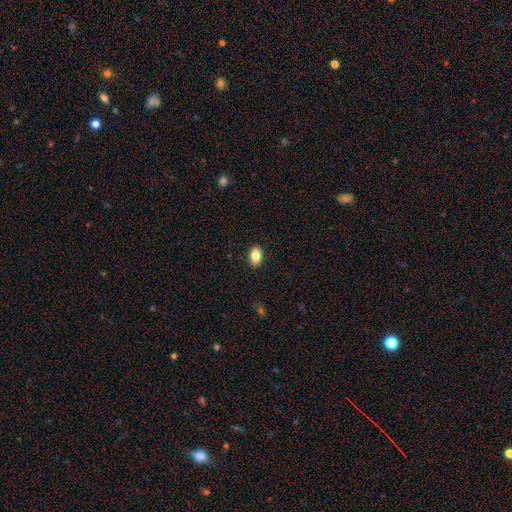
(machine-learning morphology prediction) This is clearly a smooth galaxy (84%). How rounded: clearly in between (87%). Merging: clearly none (90%).